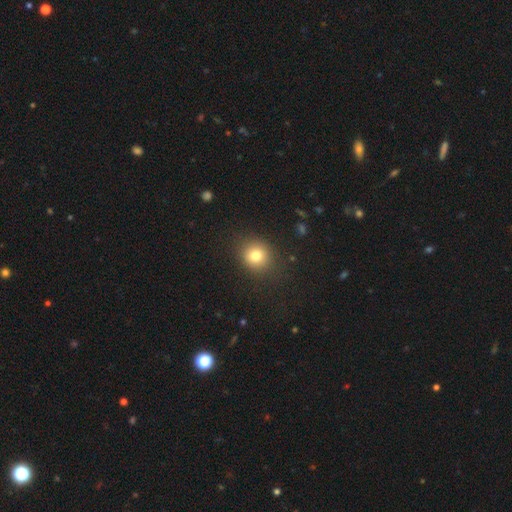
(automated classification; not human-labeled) smooth-or-featured: smooth: 79% | star or artifact: 13% | featured or disk: 9%
  how-rounded: round: 86% | in between: 13% | cigar-shaped: 1%
  merging: none: 88% | minor disturbance: 8% | major disturbance: 3% | merger: 1%